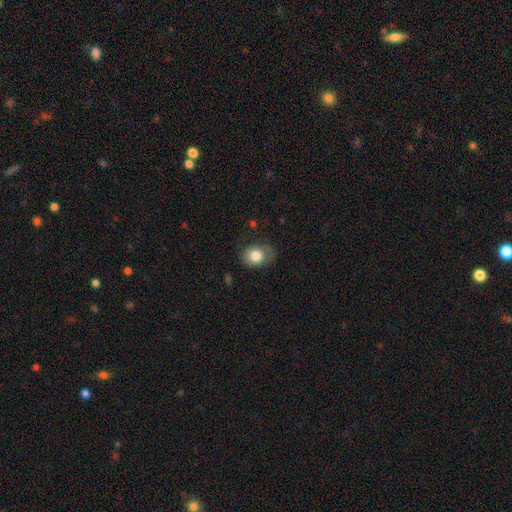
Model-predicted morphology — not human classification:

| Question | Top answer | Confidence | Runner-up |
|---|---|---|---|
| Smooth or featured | smooth | 80% | featured or disk (12%) |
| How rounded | round | 55% | in between (44%) |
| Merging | none | 63% | minor disturbance (25%) |